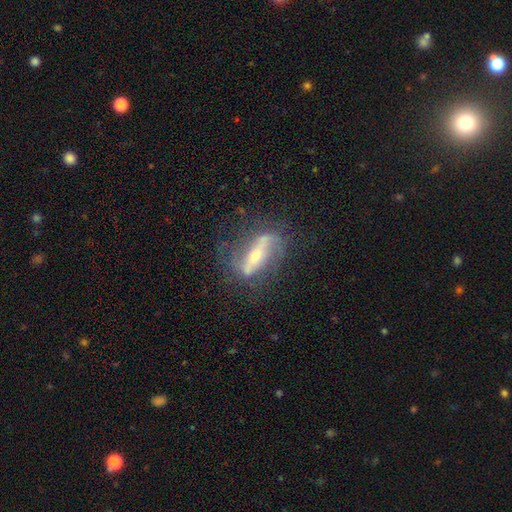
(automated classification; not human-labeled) Smooth or featured?
  - featured or disk: 78% *
  - smooth: 15%
  - star or artifact: 7%
Edge-on disk?
  - no: 71% *
  - yes: 29%
Bar?
  - strong: 64% *
  - weak: 18%
  - no: 18%
Spiral arms?
  - yes: 76% *
  - no: 24%
Bulge size?
  - small: 51% *
  - moderate: 43%
  - large: 3%
  - none: 2%
  - dominant: 1%
Merging?
  - none: 64% *
  - minor disturbance: 19%
  - major disturbance: 14%
  - merger: 3%